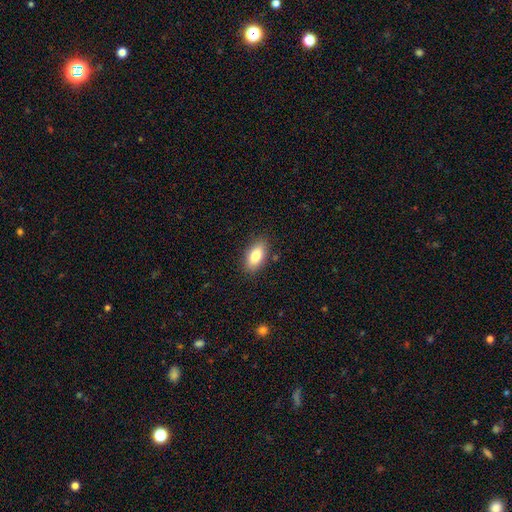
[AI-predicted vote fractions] A smooth galaxy with no disk features (82%) that is in between round and cigar-shaped (90%).

Vote fractions:
- Smooth or featured? smooth: 82% / featured or disk: 10% / star or artifact: 7%
- How rounded? in between: 90% / cigar-shaped: 6% / round: 4%
- Merging? none: 85% / minor disturbance: 11% / major disturbance: 3% / merger: 1%